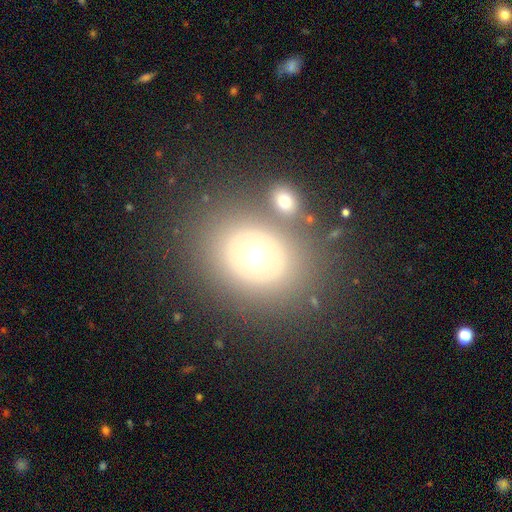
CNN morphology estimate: smooth 52%, featured or disk 36%, star or artifact 12%. Down the decision tree: how rounded — round (54%); merging — none (70%).